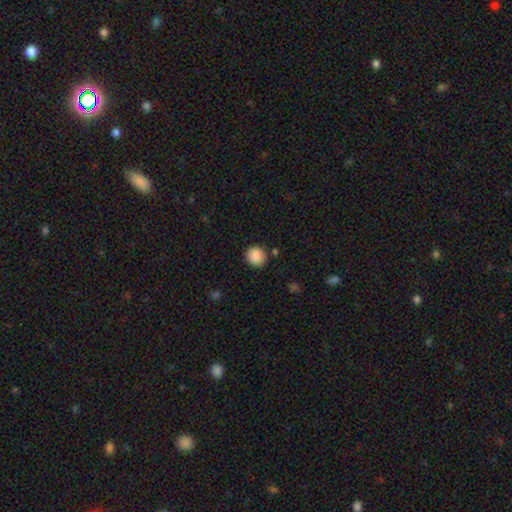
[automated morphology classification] A smooth galaxy with no disk features (88%) that is round (89%).

Vote fractions:
- Smooth or featured? smooth: 88% / star or artifact: 8% / featured or disk: 4%
- How rounded? round: 89% / in between: 10% / cigar-shaped: 1%
- Merging? none: 87% / minor disturbance: 8% / merger: 2% / major disturbance: 2%